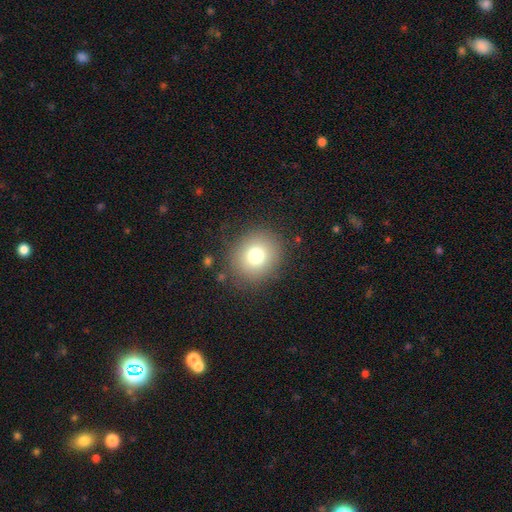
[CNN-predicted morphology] Smooth or featured?
  - smooth: 77% *
  - star or artifact: 13%
  - featured or disk: 11%
How rounded?
  - round: 84% *
  - in between: 15%
  - cigar-shaped: 1%
Merging?
  - none: 84% *
  - minor disturbance: 10%
  - major disturbance: 4%
  - merger: 1%